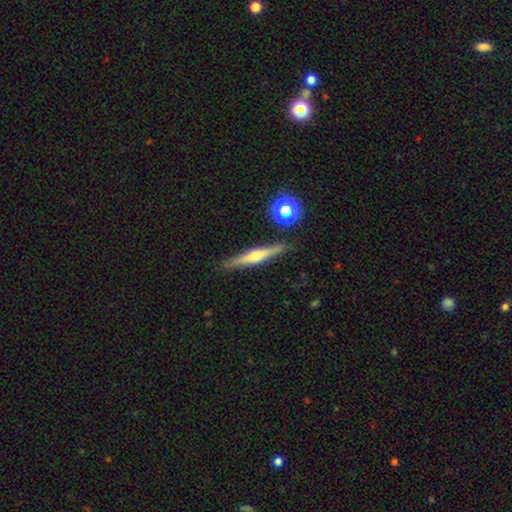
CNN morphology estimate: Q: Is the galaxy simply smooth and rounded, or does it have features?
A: featured or disk — 69%.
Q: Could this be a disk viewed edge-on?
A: yes — 98%.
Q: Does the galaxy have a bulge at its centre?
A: rounded — 84%.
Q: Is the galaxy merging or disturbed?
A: none — 89%.